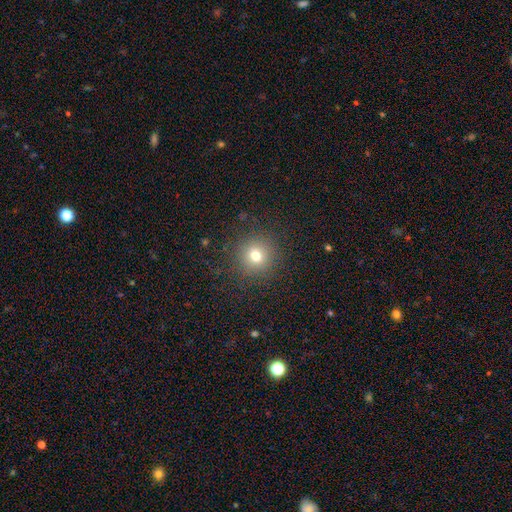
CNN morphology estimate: smooth 74%, star or artifact 17%, featured or disk 9%. Down the decision tree: how rounded — round (93%); merging — none (88%).